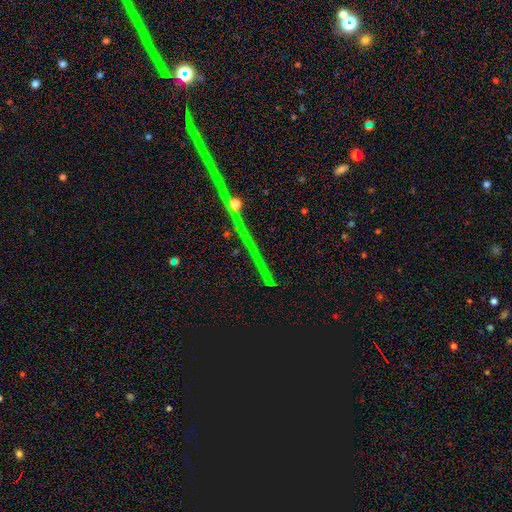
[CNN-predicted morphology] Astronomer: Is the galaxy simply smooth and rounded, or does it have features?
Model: star or artifact — 75%.